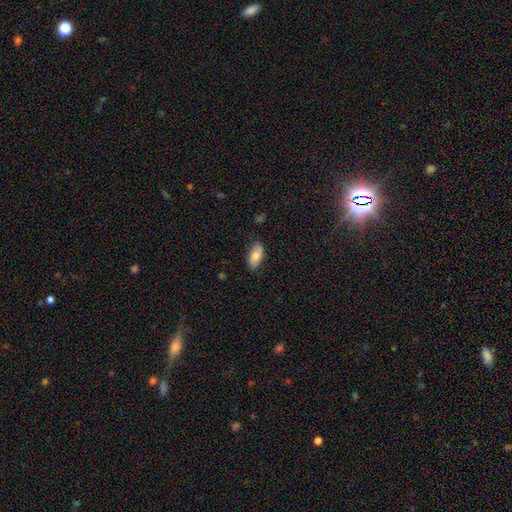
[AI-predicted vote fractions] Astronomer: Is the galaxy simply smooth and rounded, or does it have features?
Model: smooth — 77%.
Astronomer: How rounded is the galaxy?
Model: in between — 90%.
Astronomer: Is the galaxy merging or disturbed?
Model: none — 84%.